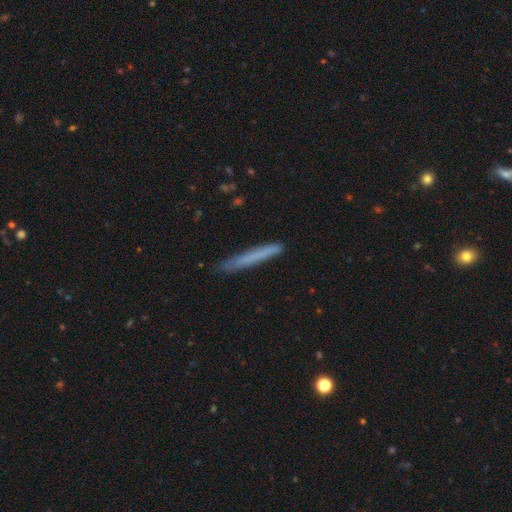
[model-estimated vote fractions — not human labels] This appears to be a smooth galaxy with no disk features (69%) that is cigar-shaped (97%). Merging: none (85%).